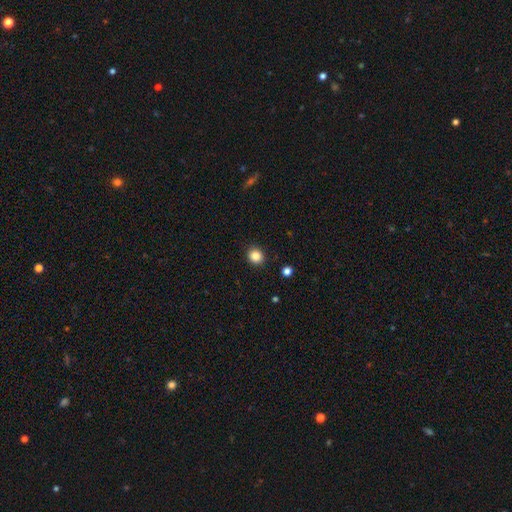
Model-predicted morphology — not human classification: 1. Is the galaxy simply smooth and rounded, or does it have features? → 85% smooth, 11% star or artifact, 4% featured or disk.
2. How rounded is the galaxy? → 77% round, 22% in between, 1% cigar-shaped.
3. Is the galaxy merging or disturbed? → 90% none, 7% minor disturbance, 2% major disturbance, 1% merger.